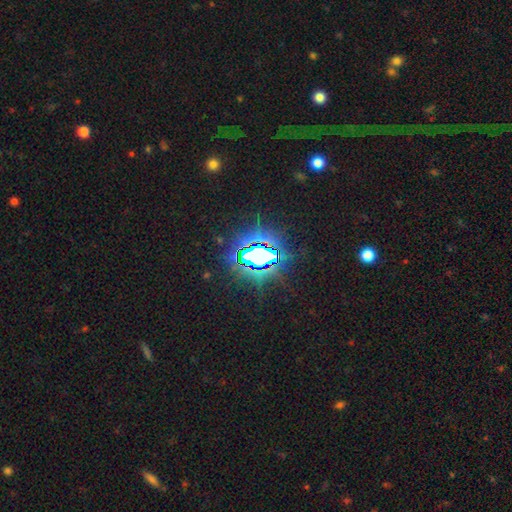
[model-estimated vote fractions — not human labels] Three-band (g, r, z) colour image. It shows a star or artifact, not a galaxy (78%).